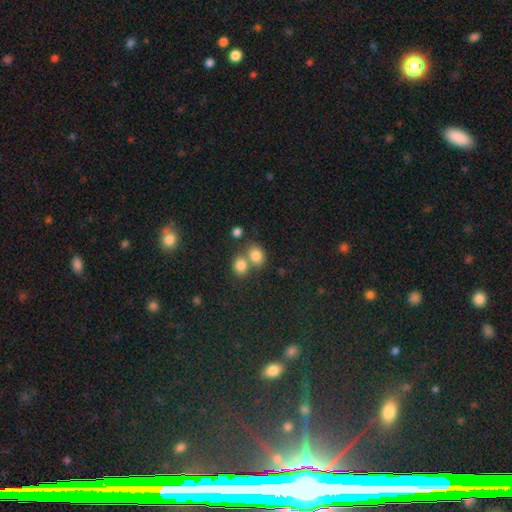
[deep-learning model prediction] This appears to be a smooth galaxy with no disk features (80%) that is round (57%). Merging: merger (48%).